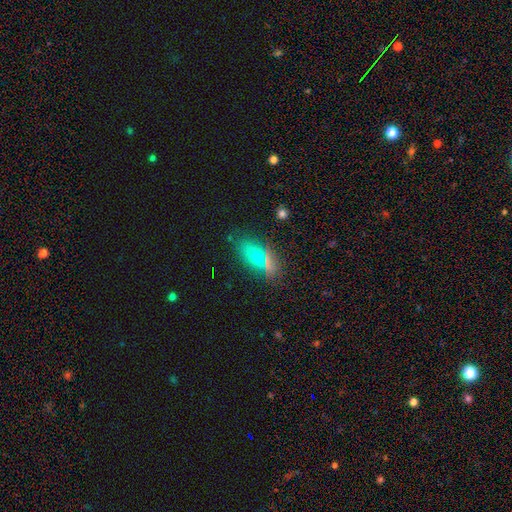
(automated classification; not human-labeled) Smooth or featured?
  - smooth: 68% *
  - star or artifact: 19%
  - featured or disk: 13%
How rounded?
  - in between: 78% *
  - cigar-shaped: 14%
  - round: 7%
Merging?
  - none: 75% *
  - minor disturbance: 15%
  - major disturbance: 5%
  - merger: 5%